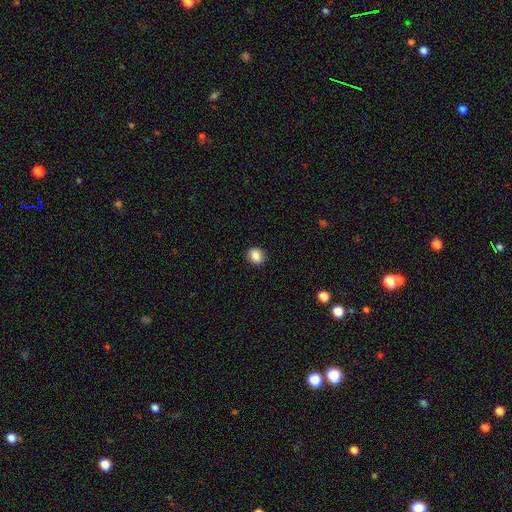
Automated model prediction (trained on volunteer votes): The model was most divided on "how rounded": round: 63%, in between: 36%, cigar-shaped: 1%. More confident: merging — none (90%); smooth or featured — smooth (87%).